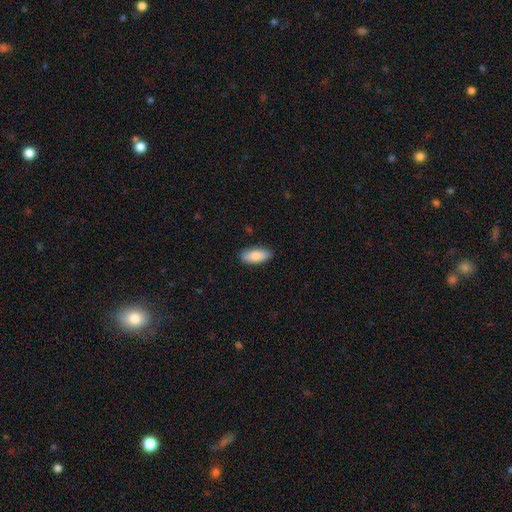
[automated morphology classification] Smooth or featured? smooth (85%)
How rounded? in between (85%)
Merging? none (87%)